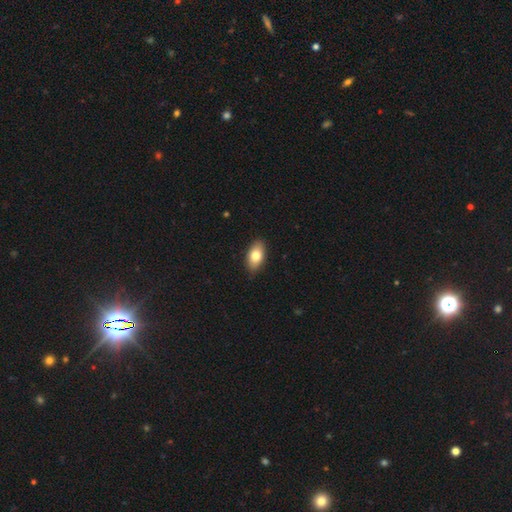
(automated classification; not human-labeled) Smooth or featured: smooth — 79% (featured or disk — 15%)
How rounded: in between — 92% (round — 4%)
Merging: none — 87% (minor disturbance — 10%)